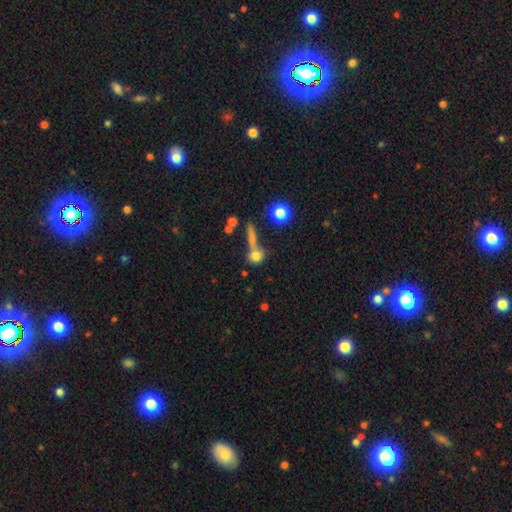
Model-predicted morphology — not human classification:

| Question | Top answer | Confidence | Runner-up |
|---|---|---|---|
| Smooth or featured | smooth | 73% | featured or disk (14%) |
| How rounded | round | 70% | in between (20%) |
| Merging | none | 51% | merger (32%) |